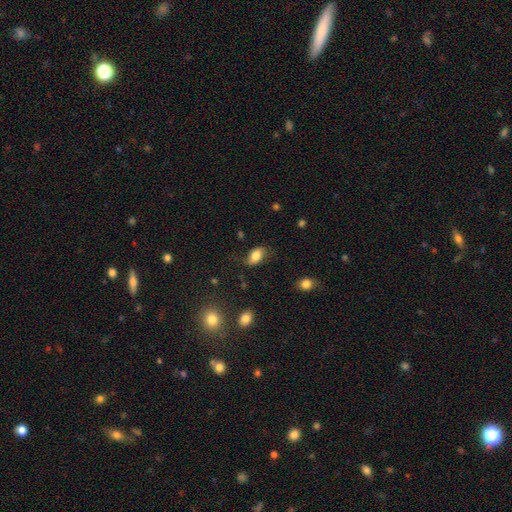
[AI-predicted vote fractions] Overall: smooth (76%). How rounded: in between (88%). Merging: none (68%).